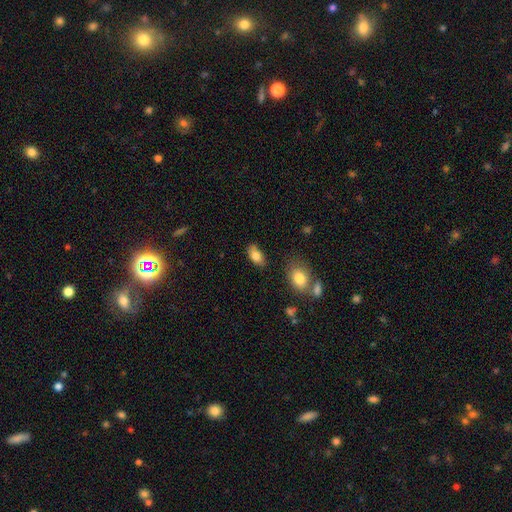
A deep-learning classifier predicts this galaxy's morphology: smooth-or-featured: smooth: 81% | featured or disk: 11% | star or artifact: 8%
  how-rounded: in between: 91% | round: 6% | cigar-shaped: 3%
  merging: none: 79% | minor disturbance: 15% | merger: 4% | major disturbance: 3%